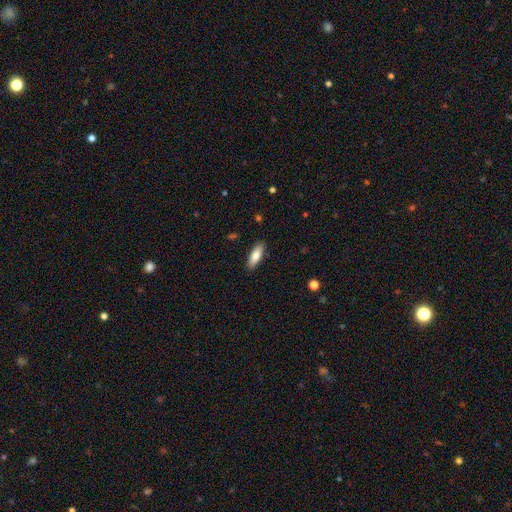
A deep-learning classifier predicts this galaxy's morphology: Q: Smooth or featured?
A: smooth (78%); runner-up: featured or disk (15%)
Q: How rounded?
A: in between (64%); runner-up: cigar-shaped (34%)
Q: Merging?
A: none (89%); runner-up: minor disturbance (8%)